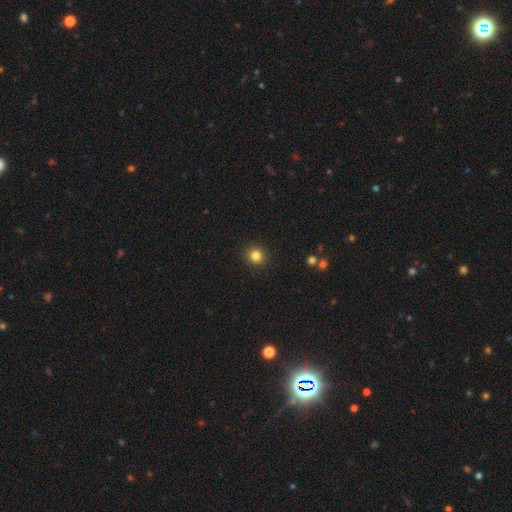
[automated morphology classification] Smooth or featured: smooth — 83% (star or artifact — 12%)
How rounded: round — 90% (in between — 9%)
Merging: none — 92% (minor disturbance — 5%)